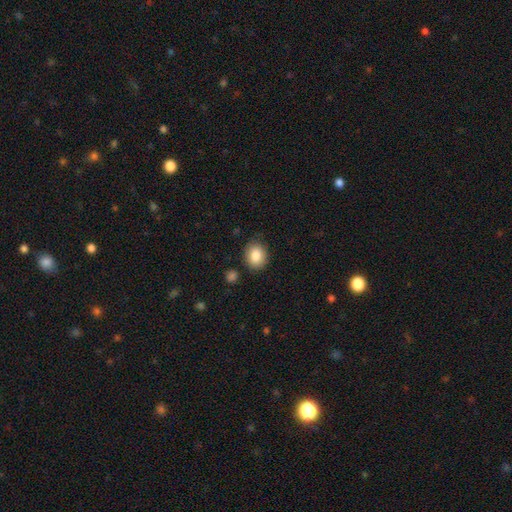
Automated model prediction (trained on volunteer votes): Smooth or featured?
  - smooth: 86% *
  - star or artifact: 8%
  - featured or disk: 6%
How rounded?
  - round: 55% *
  - in between: 44%
  - cigar-shaped: 1%
Merging?
  - none: 83% *
  - minor disturbance: 12%
  - major disturbance: 3%
  - merger: 2%